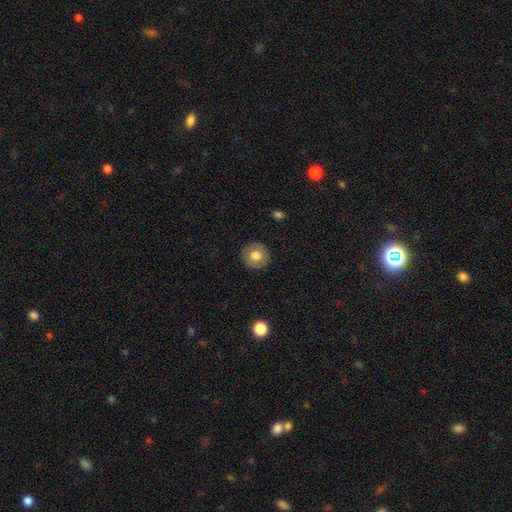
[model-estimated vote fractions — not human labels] The model was most divided on "smooth or featured": smooth: 74%, featured or disk: 18%, star or artifact: 8%. More confident: how rounded — round (92%); merging — none (90%).